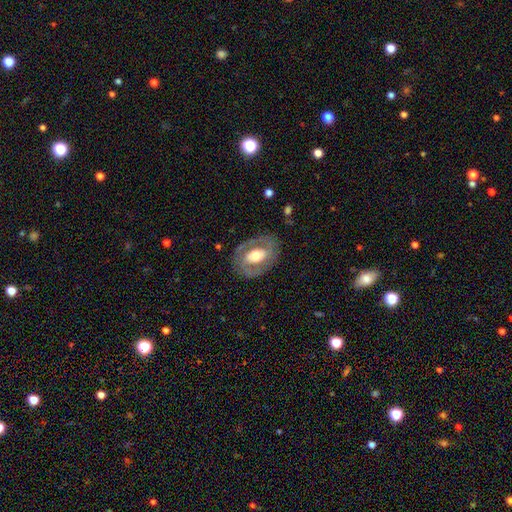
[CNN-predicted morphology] smooth-or-featured: featured or disk: 63% | smooth: 32% | star or artifact: 6%
  disk-edge-on: no: 93% | yes: 7%
    bar: no: 53% | weak: 28% | strong: 19%
    has-spiral-arms: no: 60% | yes: 40%
    bulge-size: moderate: 58% | large: 29% | small: 9% | dominant: 2% | none: 1%
  merging: none: 77% | minor disturbance: 14% | major disturbance: 8% | merger: 1%